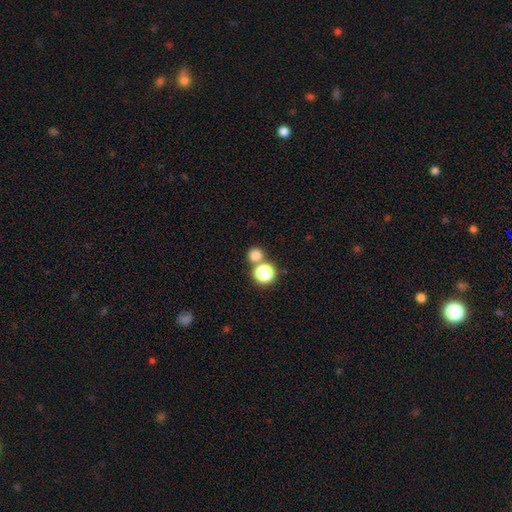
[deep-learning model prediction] Smooth or featured? Predicted: smooth (p=0.76). How rounded? Predicted: round (p=0.91). Merging? Predicted: none (p=0.64).